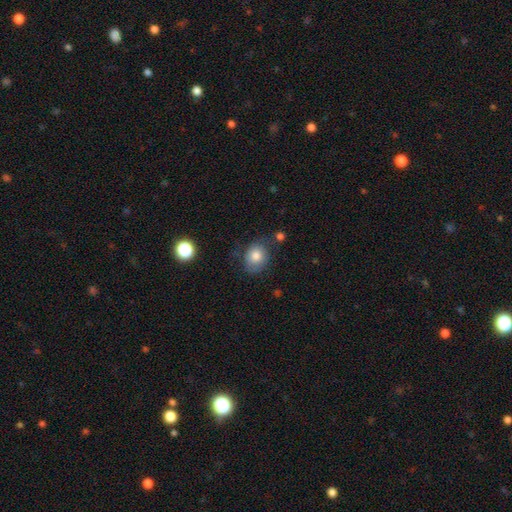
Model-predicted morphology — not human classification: The model was most divided on "how rounded": round: 50%, in between: 49%, cigar-shaped: 1%. More confident: smooth or featured — smooth (79%); merging — none (63%).